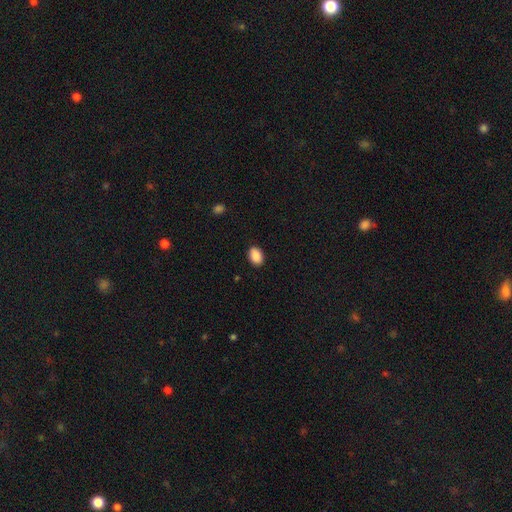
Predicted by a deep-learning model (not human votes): A smooth galaxy with no disk features (90%) that is in between round and cigar-shaped (82%).

Vote fractions:
- Smooth or featured? smooth: 90% / star or artifact: 7% / featured or disk: 3%
- How rounded? in between: 82% / round: 17% / cigar-shaped: 1%
- Merging? none: 89% / minor disturbance: 8% / major disturbance: 2% / merger: 1%